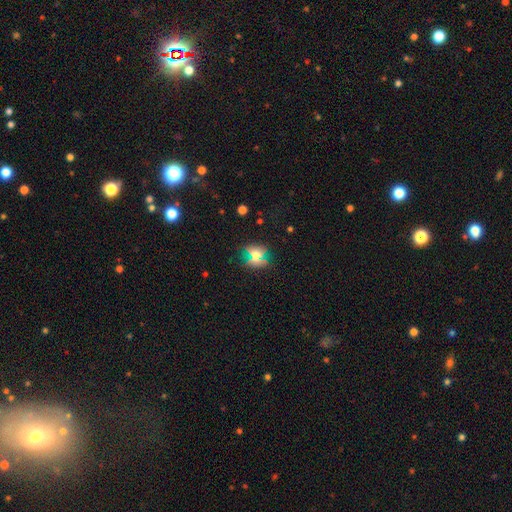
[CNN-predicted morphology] A smooth galaxy with no disk features (56%) that is round (67%).

Vote fractions:
- Smooth or featured? smooth: 56% / star or artifact: 27% / featured or disk: 17%
- How rounded? round: 67% / in between: 28% / cigar-shaped: 5%
- Merging? none: 75% / minor disturbance: 13% / major disturbance: 6% / merger: 5%